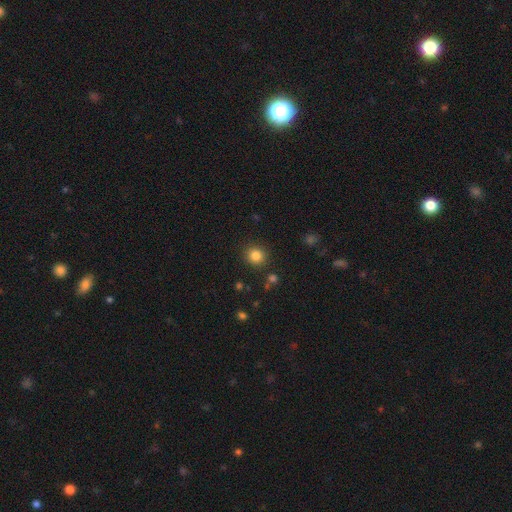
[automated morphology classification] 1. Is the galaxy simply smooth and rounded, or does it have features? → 83% smooth, 12% star or artifact, 5% featured or disk.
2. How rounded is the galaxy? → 89% round, 10% in between, 1% cigar-shaped.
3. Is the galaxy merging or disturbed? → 89% none, 7% minor disturbance, 2% major disturbance, 2% merger.